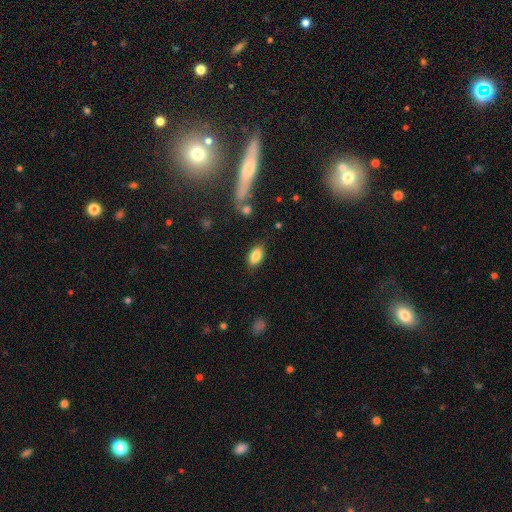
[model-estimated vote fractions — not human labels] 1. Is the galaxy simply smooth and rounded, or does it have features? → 86% smooth, 8% star or artifact, 6% featured or disk.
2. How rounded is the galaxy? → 91% in between, 5% round, 3% cigar-shaped.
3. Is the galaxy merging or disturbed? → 83% none, 12% minor disturbance, 3% major disturbance, 2% merger.